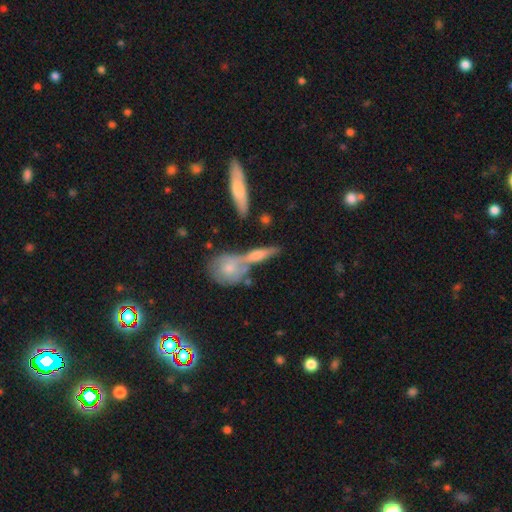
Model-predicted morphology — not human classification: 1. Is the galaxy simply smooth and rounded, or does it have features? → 45% smooth, 44% featured or disk, 11% star or artifact.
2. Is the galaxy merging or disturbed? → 52% none, 31% merger, 12% minor disturbance, 5% major disturbance.